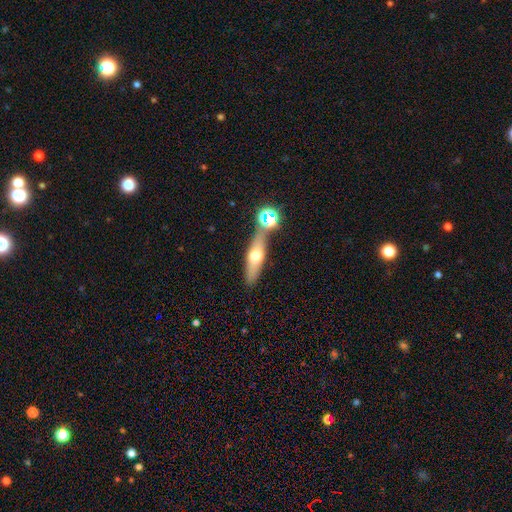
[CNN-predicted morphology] Smooth or featured? smooth (46%)
Merging? none (71%)